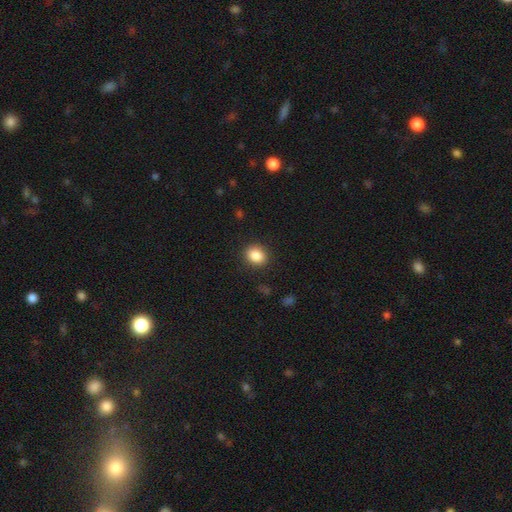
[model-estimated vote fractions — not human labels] smooth 86%, star or artifact 9%, featured or disk 5%. Down the decision tree: how rounded — round (56%); merging — none (88%).